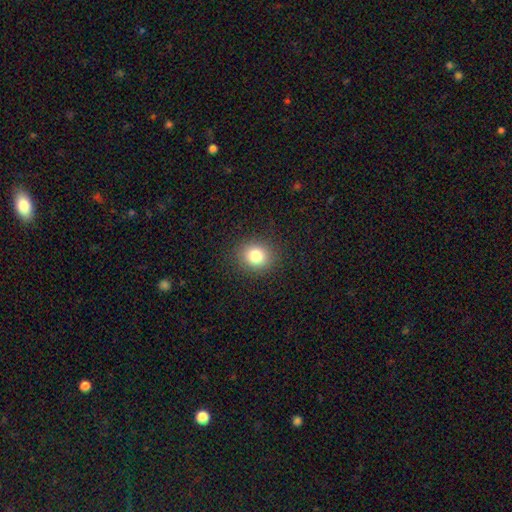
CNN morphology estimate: A smooth galaxy with no disk features (82%) that is round (73%). Merging: none (89%).